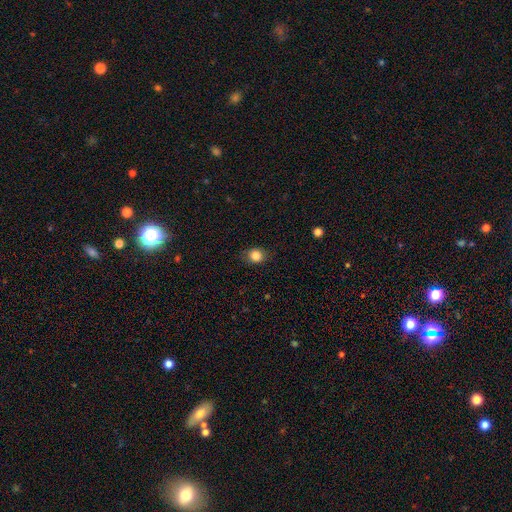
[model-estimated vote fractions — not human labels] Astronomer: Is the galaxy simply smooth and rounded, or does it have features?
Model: smooth — 84%.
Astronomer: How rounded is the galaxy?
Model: round — 69%.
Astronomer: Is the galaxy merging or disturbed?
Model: none — 85%.